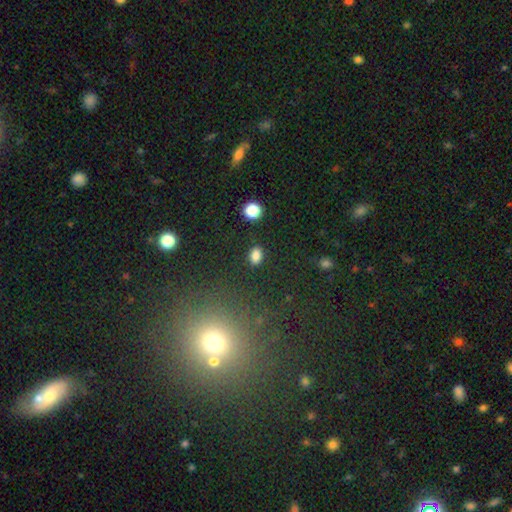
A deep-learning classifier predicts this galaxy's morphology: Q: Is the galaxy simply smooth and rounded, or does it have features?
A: smooth — 84%.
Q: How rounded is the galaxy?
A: in between — 80%.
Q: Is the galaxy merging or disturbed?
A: none — 85%.